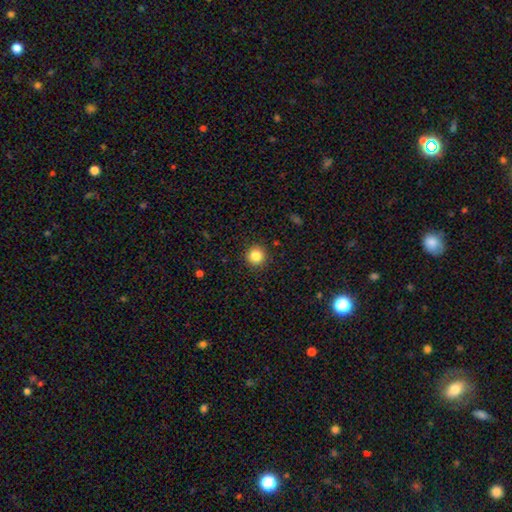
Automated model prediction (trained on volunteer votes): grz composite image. It shows a smooth galaxy with no disk features (84%) that is round (95%). Merging: none (92%).